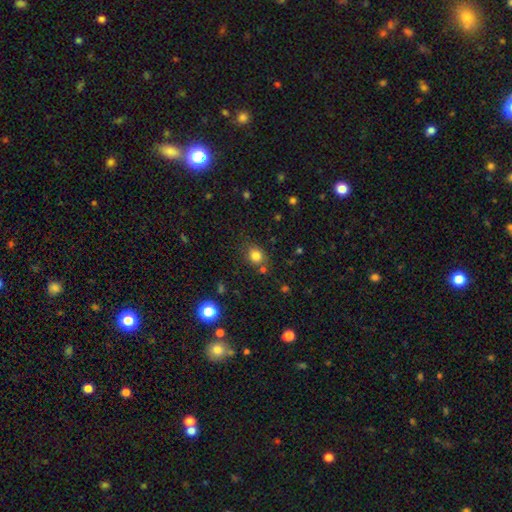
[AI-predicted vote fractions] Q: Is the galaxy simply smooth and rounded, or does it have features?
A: smooth — 81%.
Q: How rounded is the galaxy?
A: round — 70%.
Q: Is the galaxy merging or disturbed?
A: none — 76%.